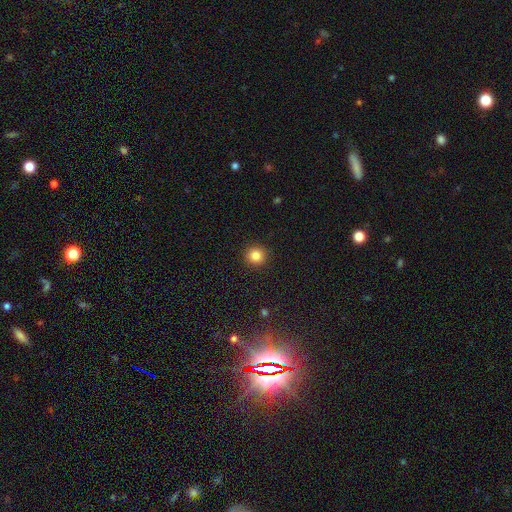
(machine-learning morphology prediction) The model was most divided on "smooth or featured": smooth: 84%, star or artifact: 11%, featured or disk: 5%. More confident: how rounded — round (94%); merging — none (93%).